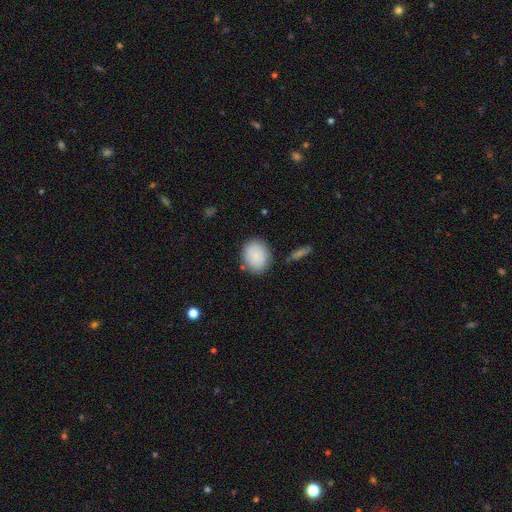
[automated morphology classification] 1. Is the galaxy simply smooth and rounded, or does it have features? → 81% smooth, 12% featured or disk, 7% star or artifact.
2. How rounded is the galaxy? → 52% round, 47% in between, 1% cigar-shaped.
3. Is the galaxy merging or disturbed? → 80% none, 13% minor disturbance, 4% merger, 4% major disturbance.